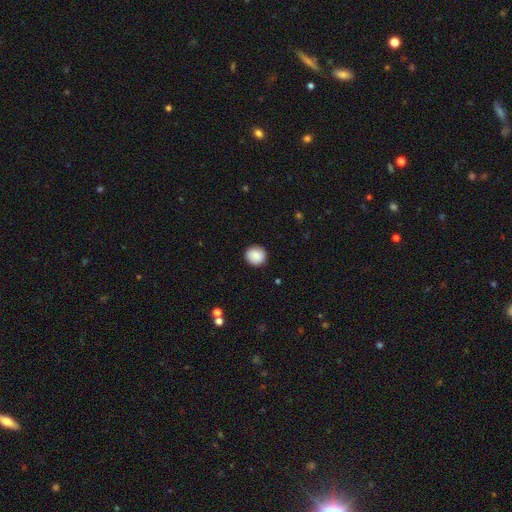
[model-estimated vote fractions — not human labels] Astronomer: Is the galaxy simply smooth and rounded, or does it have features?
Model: smooth — 89%.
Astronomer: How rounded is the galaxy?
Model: round — 91%.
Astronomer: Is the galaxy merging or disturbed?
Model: none — 91%.